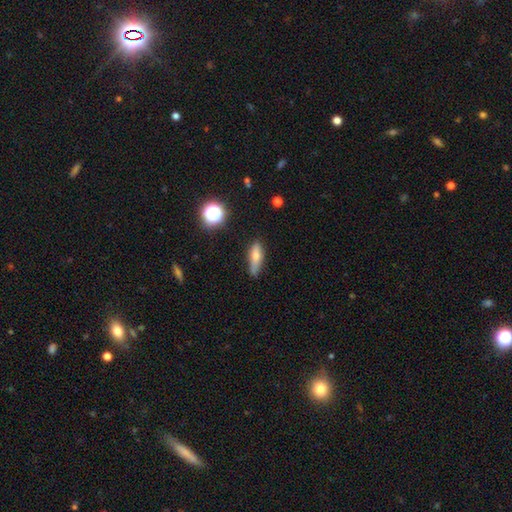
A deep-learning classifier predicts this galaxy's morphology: Smooth or featured: smooth — 68% (featured or disk — 23%)
How rounded: in between — 49% (cigar-shaped — 47%)
Merging: none — 68% (minor disturbance — 24%)